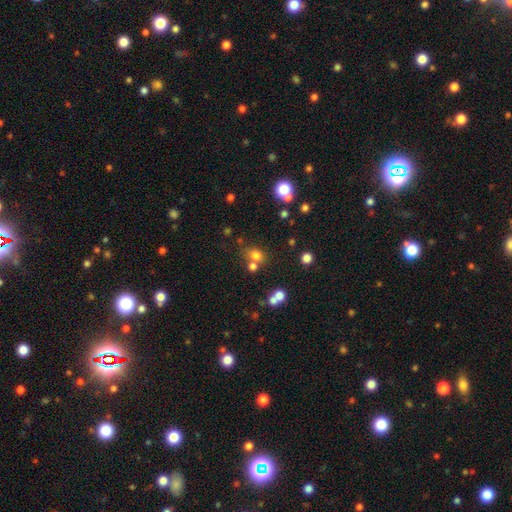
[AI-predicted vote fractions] This appears to be a smooth galaxy with no disk features (71%) that is round (59%). Merging: none (55%).